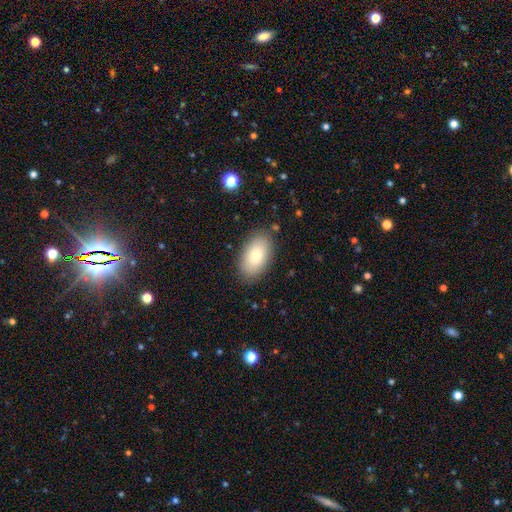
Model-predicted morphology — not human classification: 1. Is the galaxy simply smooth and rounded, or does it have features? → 81% smooth, 12% featured or disk, 7% star or artifact.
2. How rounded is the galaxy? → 94% in between, 4% round, 2% cigar-shaped.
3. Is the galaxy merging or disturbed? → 85% none, 11% minor disturbance, 3% major disturbance, 1% merger.